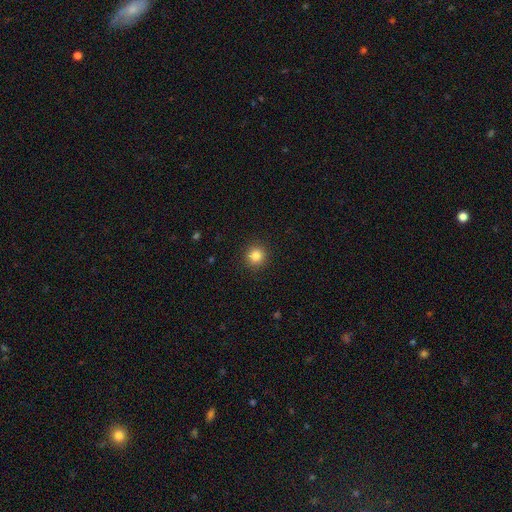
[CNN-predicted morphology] The model was most divided on "smooth or featured": smooth: 84%, star or artifact: 11%, featured or disk: 5%. More confident: how rounded — round (93%); merging — none (92%).